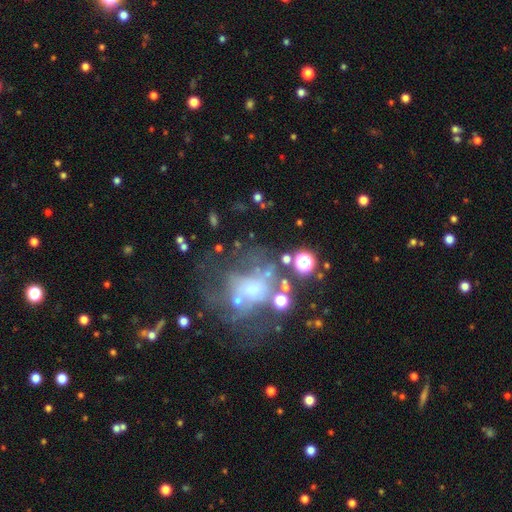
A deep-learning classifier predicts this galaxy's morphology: Smooth or featured: star or artifact — 43% (featured or disk — 39%)